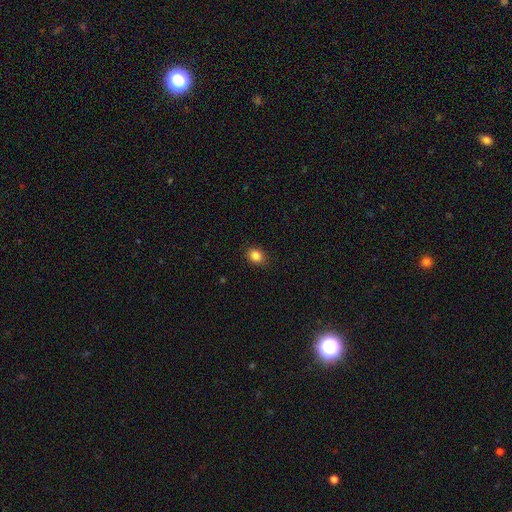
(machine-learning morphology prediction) A smooth galaxy with no disk features (85%) that is in between round and cigar-shaped (59%).

Vote fractions:
- Smooth or featured? smooth: 85% / star or artifact: 10% / featured or disk: 5%
- How rounded? in between: 59% / round: 40% / cigar-shaped: 1%
- Merging? none: 88% / minor disturbance: 9% / major disturbance: 2% / merger: 1%